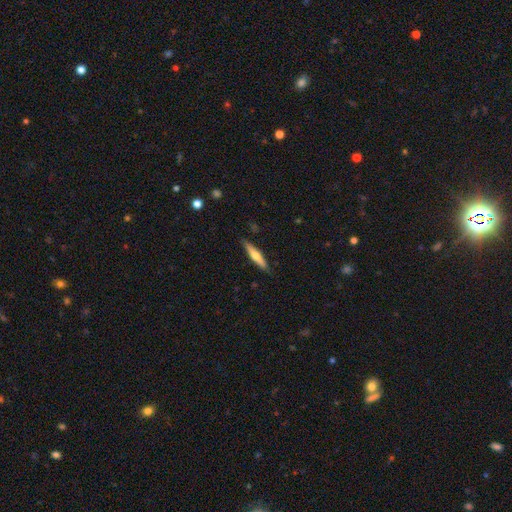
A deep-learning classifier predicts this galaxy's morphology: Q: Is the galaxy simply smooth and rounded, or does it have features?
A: smooth — 49%.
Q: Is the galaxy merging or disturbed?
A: none — 87%.